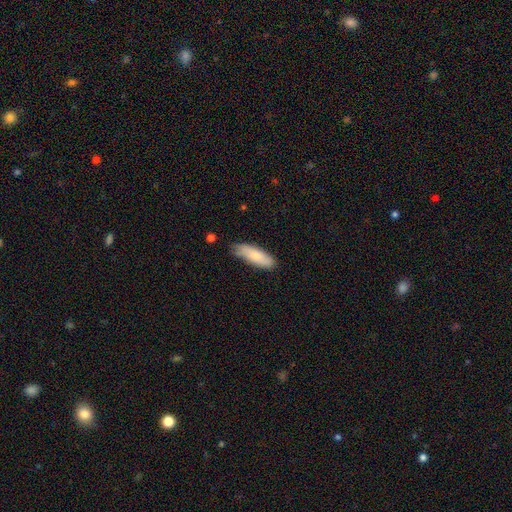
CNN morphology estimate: A smooth galaxy with no disk features (80%) that is in between round and cigar-shaped (56%). Merging: none (72%).